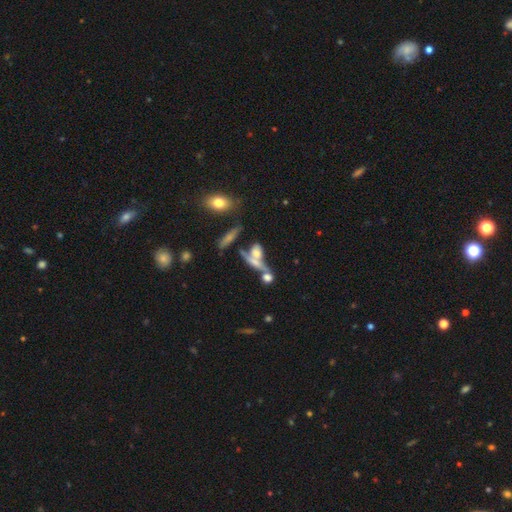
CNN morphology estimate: Smooth or featured: smooth — 48% (featured or disk — 37%)
Merging: merger — 46% (none — 31%)